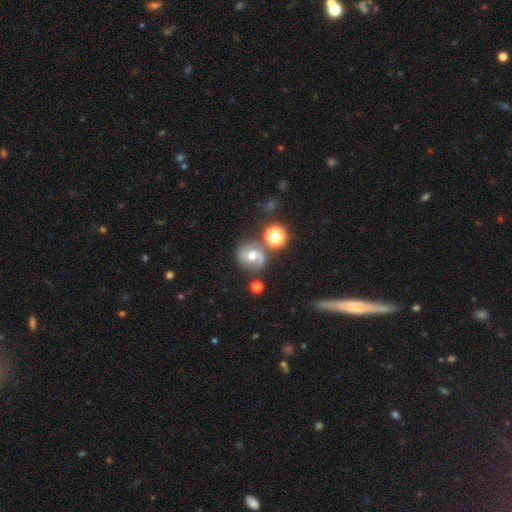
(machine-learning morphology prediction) The model was most divided on "smooth or featured": featured or disk: 44%, smooth: 38%, star or artifact: 19%. More confident: merging — none (66%).